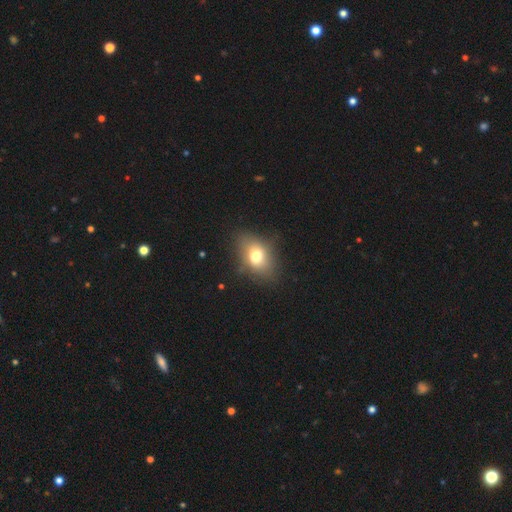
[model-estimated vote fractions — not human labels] Q: Smooth or featured?
A: smooth (70%); runner-up: featured or disk (18%)
Q: How rounded?
A: in between (75%); runner-up: round (23%)
Q: Merging?
A: none (74%); runner-up: minor disturbance (18%)